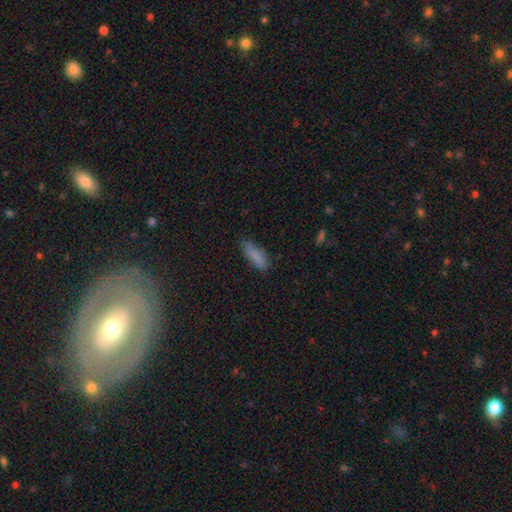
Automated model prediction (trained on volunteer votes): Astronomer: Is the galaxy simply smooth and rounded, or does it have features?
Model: smooth — 85%.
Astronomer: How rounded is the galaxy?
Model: in between — 56% (runner-up: cigar-shaped, 42%).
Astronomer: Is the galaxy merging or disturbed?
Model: none — 78%.